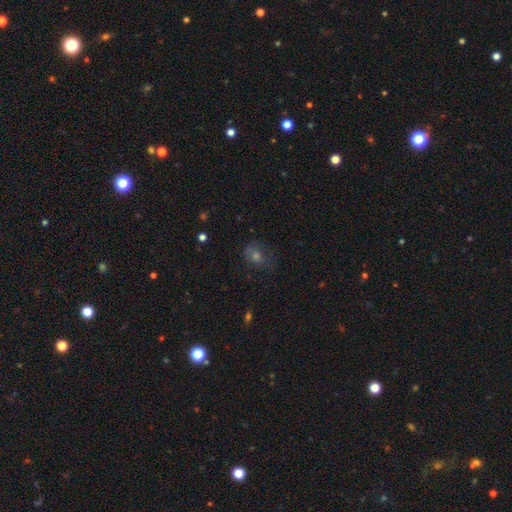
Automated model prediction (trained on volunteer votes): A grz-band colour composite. It shows a smooth galaxy with no disk features (50%) that is in between round and cigar-shaped (55%). Merging: none (67%).